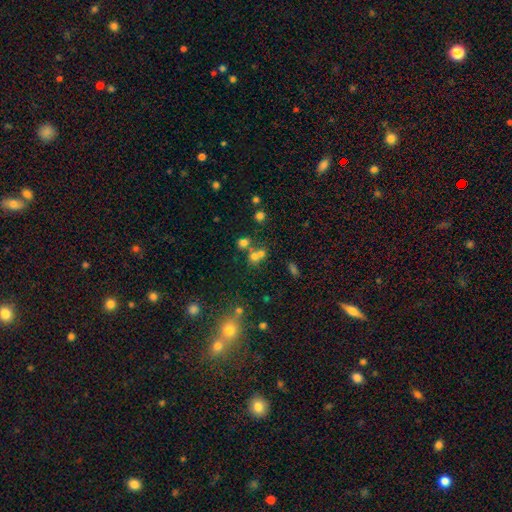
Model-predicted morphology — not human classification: The model was most divided on "merging": merger: 46%, none: 40%, minor disturbance: 9%, major disturbance: 5%. More confident: how rounded — round (69%); smooth or featured — smooth (60%).